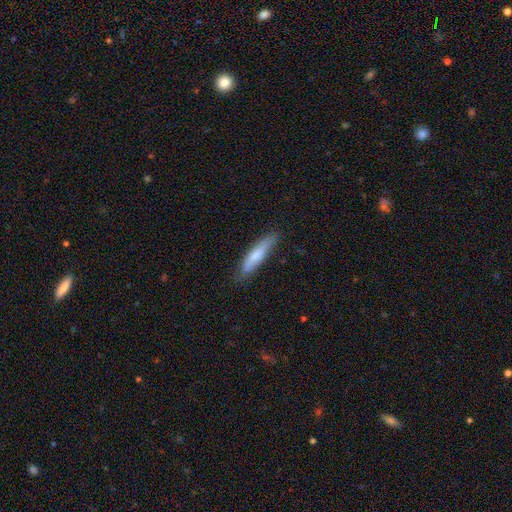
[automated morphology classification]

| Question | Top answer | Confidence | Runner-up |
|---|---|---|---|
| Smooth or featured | smooth | 70% | featured or disk (24%) |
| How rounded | cigar-shaped | 83% | in between (16%) |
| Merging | none | 77% | minor disturbance (19%) |